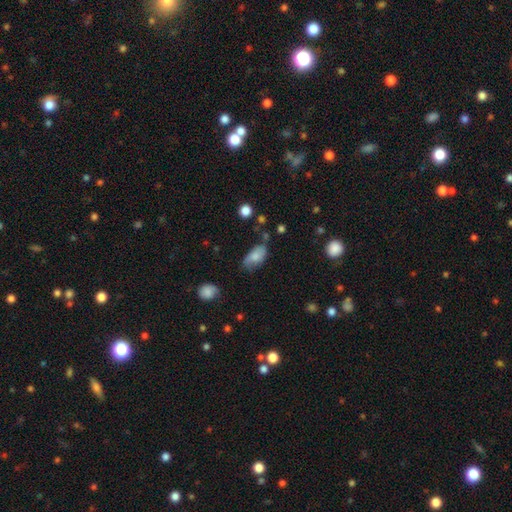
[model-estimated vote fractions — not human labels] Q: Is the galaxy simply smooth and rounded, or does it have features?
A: smooth — 73%.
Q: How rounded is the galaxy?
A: in between — 92%.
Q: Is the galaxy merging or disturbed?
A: none — 51%.